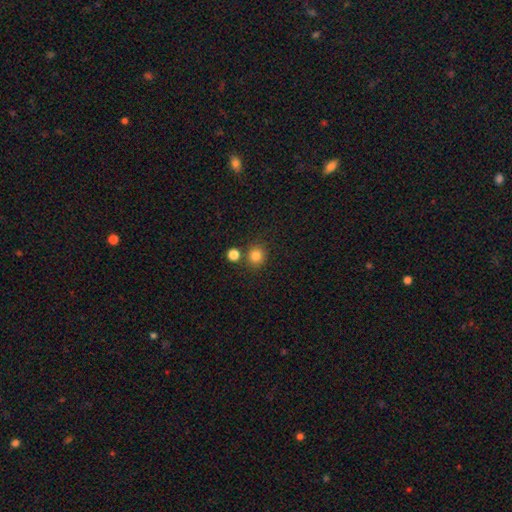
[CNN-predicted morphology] Q: Smooth or featured?
A: smooth (82%); runner-up: star or artifact (13%)
Q: How rounded?
A: round (90%); runner-up: in between (9%)
Q: Merging?
A: none (79%); runner-up: merger (11%)